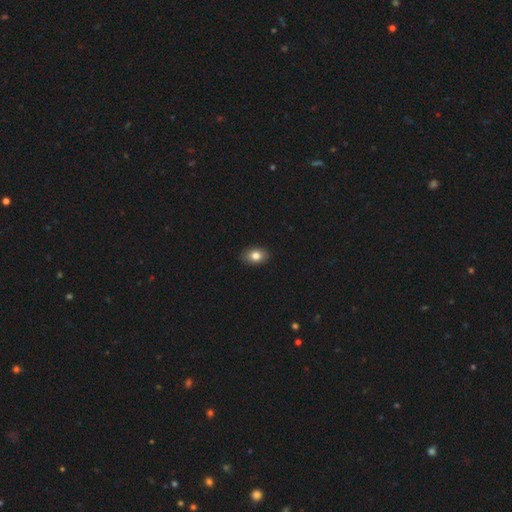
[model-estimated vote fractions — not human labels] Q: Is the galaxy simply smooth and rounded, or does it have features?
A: smooth — 81%.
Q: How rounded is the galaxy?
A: in between — 81%.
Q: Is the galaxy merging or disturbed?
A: none — 89%.